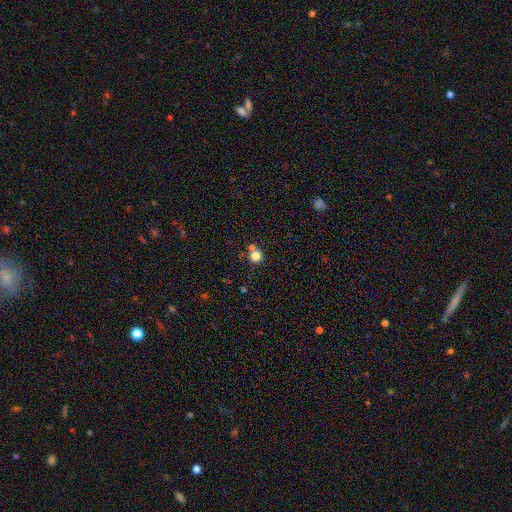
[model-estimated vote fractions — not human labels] smooth 81%, star or artifact 12%, featured or disk 6%. Down the decision tree: how rounded — round (92%); merging — none (65%).